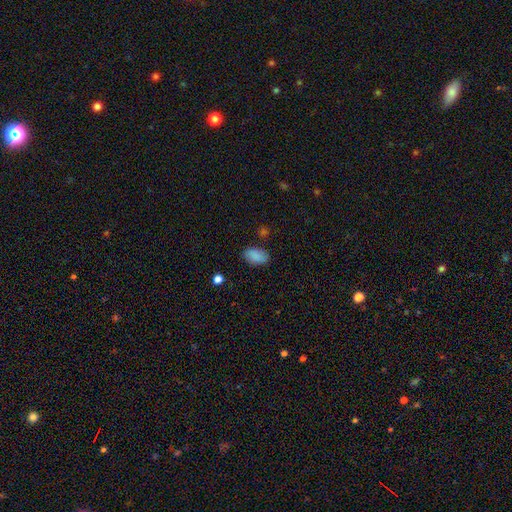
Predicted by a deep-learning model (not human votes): Smooth or featured: smooth — 88% (star or artifact — 8%)
How rounded: in between — 93% (round — 6%)
Merging: none — 83% (minor disturbance — 12%)